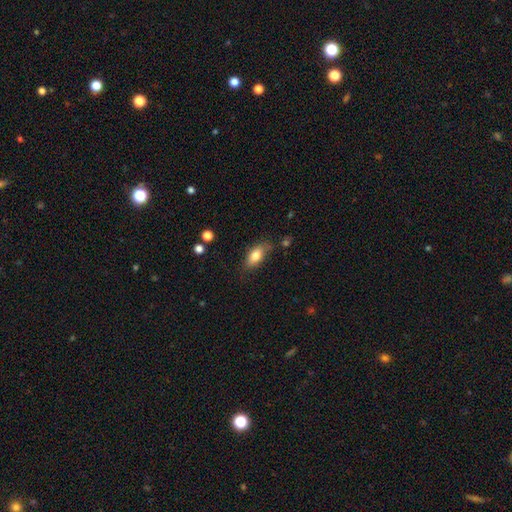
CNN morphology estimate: smooth-or-featured: smooth: 79% | featured or disk: 13% | star or artifact: 8%
  how-rounded: in between: 87% | cigar-shaped: 8% | round: 5%
  merging: none: 73% | minor disturbance: 19% | major disturbance: 4% | merger: 3%